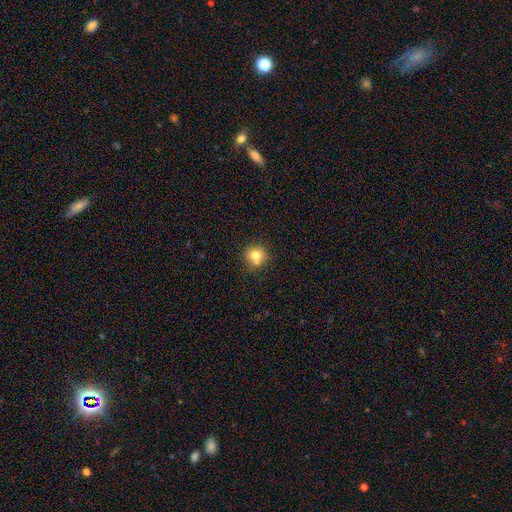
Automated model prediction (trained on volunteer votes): This is likely a smooth galaxy (77%). How rounded: clearly round (88%). Merging: likely none (67%).